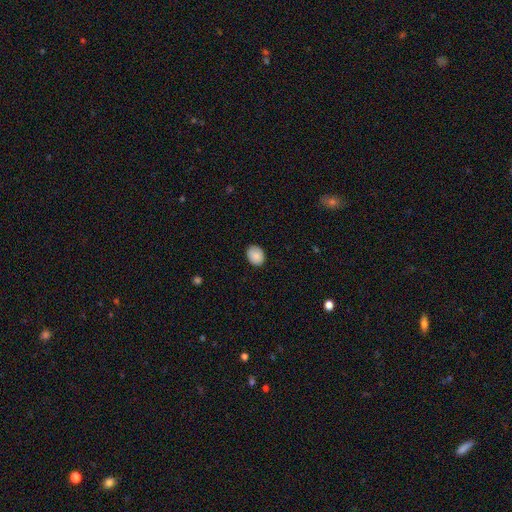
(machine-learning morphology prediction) The model was most divided on "how rounded": in between: 53%, round: 46%, cigar-shaped: 1%. More confident: smooth or featured — smooth (88%); merging — none (83%).